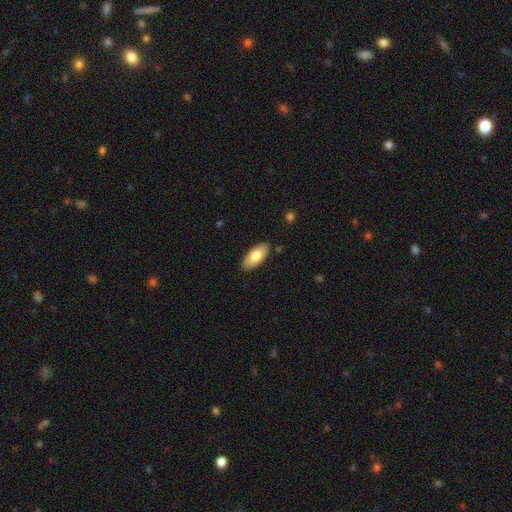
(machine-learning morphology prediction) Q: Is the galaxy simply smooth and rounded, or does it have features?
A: smooth — 77%.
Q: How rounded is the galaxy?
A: in between — 90%.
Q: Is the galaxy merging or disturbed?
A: none — 88%.